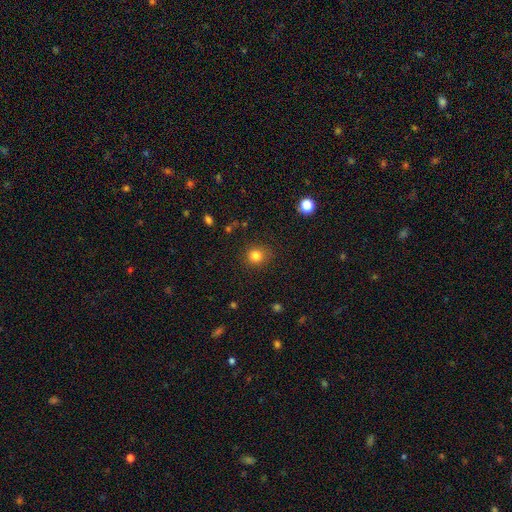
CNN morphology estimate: Smooth or featured: smooth — 82% (star or artifact — 13%)
How rounded: round — 86% (in between — 13%)
Merging: none — 85% (minor disturbance — 10%)